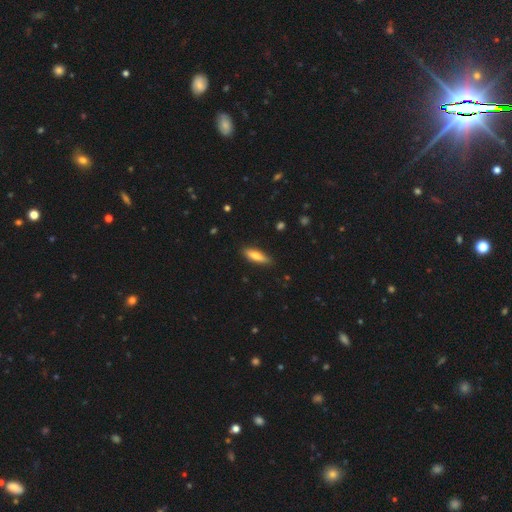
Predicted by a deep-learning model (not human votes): smooth 70%, featured or disk 24%, star or artifact 6%. Down the decision tree: how rounded — cigar-shaped (56%); merging — none (86%).